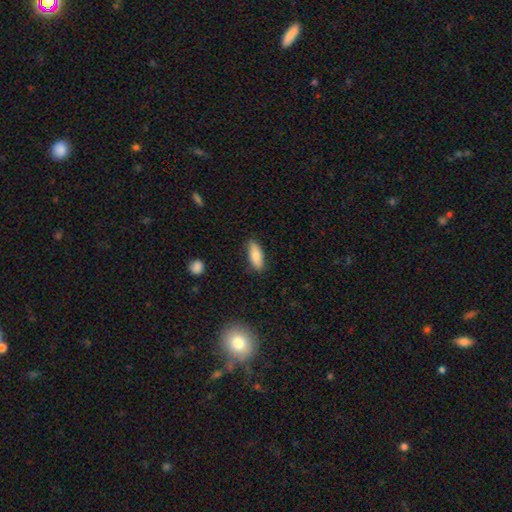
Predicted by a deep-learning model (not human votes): A smooth galaxy with no disk features (80%) that is in between round and cigar-shaped (79%).

Vote fractions:
- Smooth or featured? smooth: 80% / featured or disk: 14% / star or artifact: 7%
- How rounded? in between: 79% / cigar-shaped: 19% / round: 2%
- Merging? none: 83% / minor disturbance: 13% / major disturbance: 2% / merger: 1%